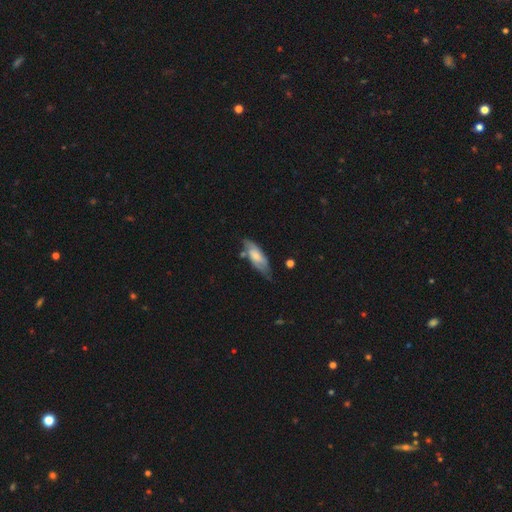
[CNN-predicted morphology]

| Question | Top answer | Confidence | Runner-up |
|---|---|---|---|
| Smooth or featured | smooth | 49% | featured or disk (45%) |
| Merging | none | 56% | minor disturbance (29%) |